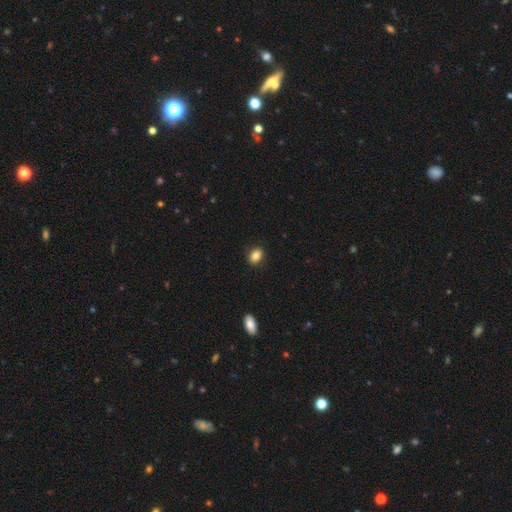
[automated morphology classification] Overall: smooth (85%). How rounded: in between (66%; round 33%). Merging: none (87%).